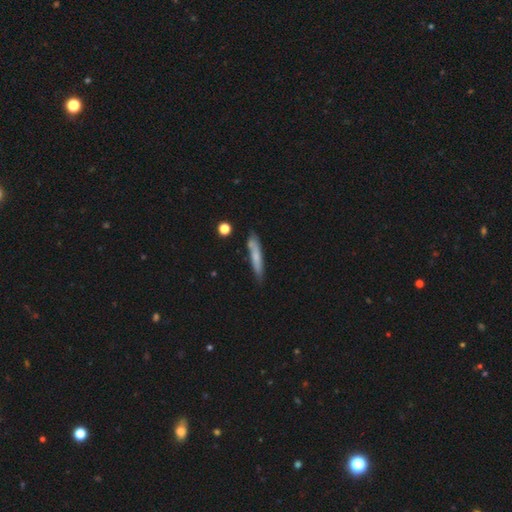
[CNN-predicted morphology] This is likely a smooth galaxy (67%). How rounded: clearly cigar-shaped (91%). Merging: likely none (75%).